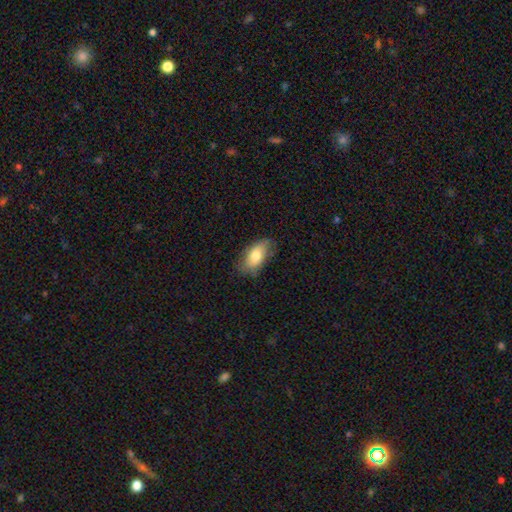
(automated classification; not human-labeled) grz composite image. It shows a smooth galaxy with no disk features (73%) that is in between round and cigar-shaped (90%). Merging: none (73%).